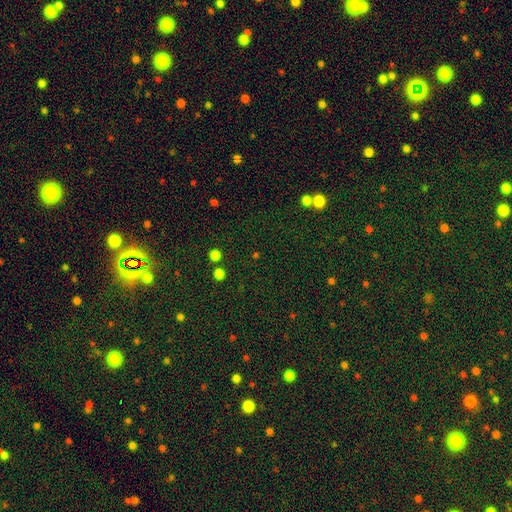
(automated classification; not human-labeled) smooth_or_featured: star or artifact (p=0.64) [alt: smooth p=0.28]